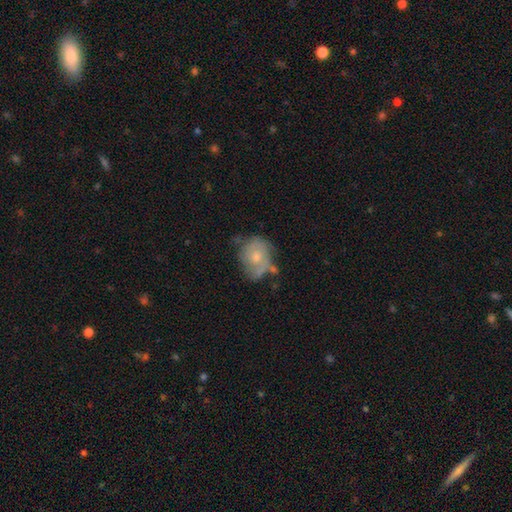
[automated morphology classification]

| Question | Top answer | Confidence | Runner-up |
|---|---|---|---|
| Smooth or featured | smooth | 47% | featured or disk (45%) |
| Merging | none | 43% | minor disturbance (31%) |